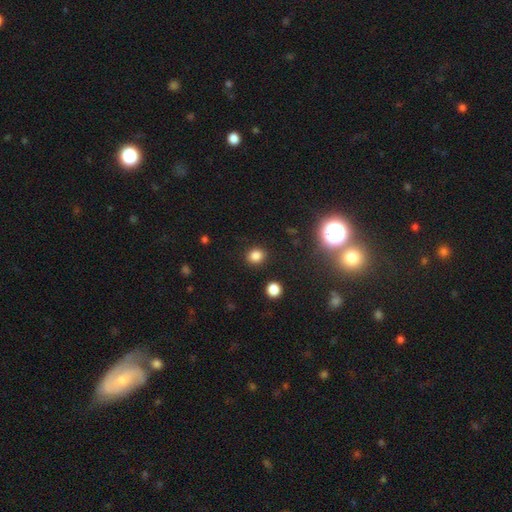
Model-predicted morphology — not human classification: Smooth or featured? Predicted: smooth (p=0.81). How rounded? Predicted: round (p=0.71). Merging? Predicted: none (p=0.89).